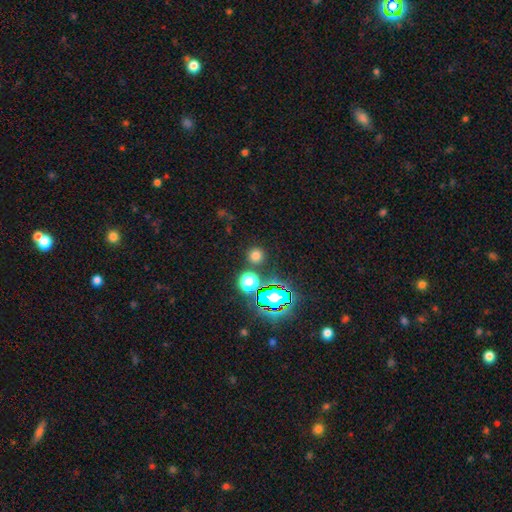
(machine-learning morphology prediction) A smooth galaxy with no disk features (68%) that is round (93%).

Vote fractions:
- Smooth or featured? smooth: 68% / star or artifact: 25% / featured or disk: 6%
- How rounded? round: 93% / in between: 6% / cigar-shaped: 1%
- Merging? none: 85% / minor disturbance: 6% / merger: 6% / major disturbance: 3%